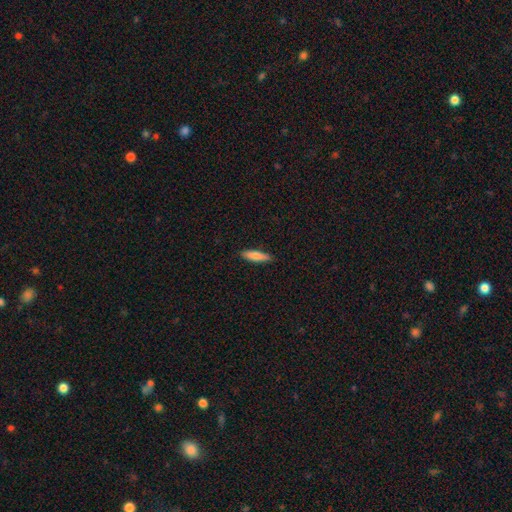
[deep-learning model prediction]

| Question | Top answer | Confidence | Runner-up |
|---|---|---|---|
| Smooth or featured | smooth | 80% | featured or disk (14%) |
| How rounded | cigar-shaped | 68% | in between (30%) |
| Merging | none | 89% | minor disturbance (8%) |